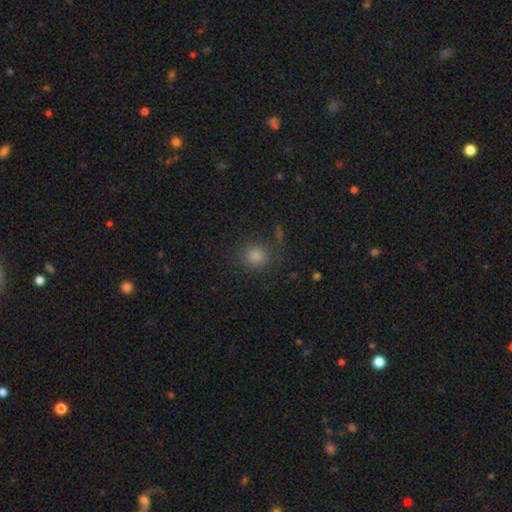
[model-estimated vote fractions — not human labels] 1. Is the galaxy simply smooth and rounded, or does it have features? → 77% smooth, 17% star or artifact, 6% featured or disk.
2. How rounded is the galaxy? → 90% round, 9% in between, 1% cigar-shaped.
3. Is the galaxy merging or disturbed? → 85% none, 9% minor disturbance, 4% major disturbance, 3% merger.